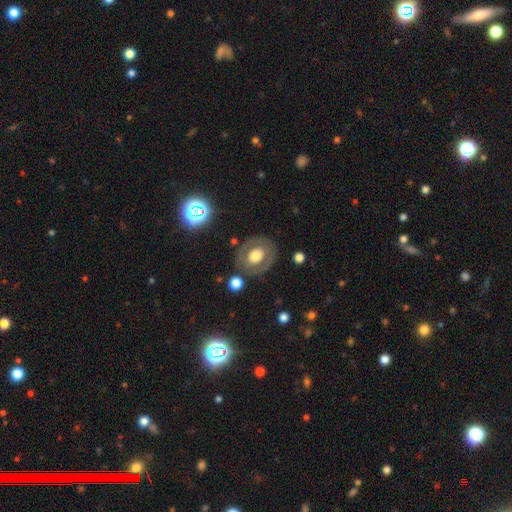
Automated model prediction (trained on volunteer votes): smooth-or-featured: smooth: 49% | featured or disk: 43% | star or artifact: 8%
  merging: none: 79% | minor disturbance: 12% | major disturbance: 6% | merger: 3%